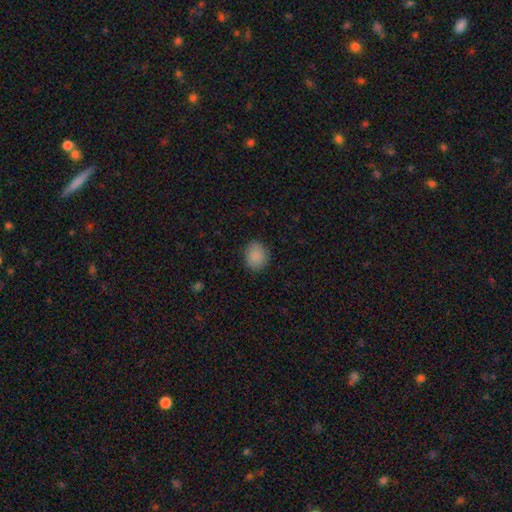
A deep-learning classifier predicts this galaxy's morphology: The model was most divided on "how rounded": round: 68%, in between: 31%, cigar-shaped: 1%. More confident: smooth or featured — smooth (88%); merging — none (87%).